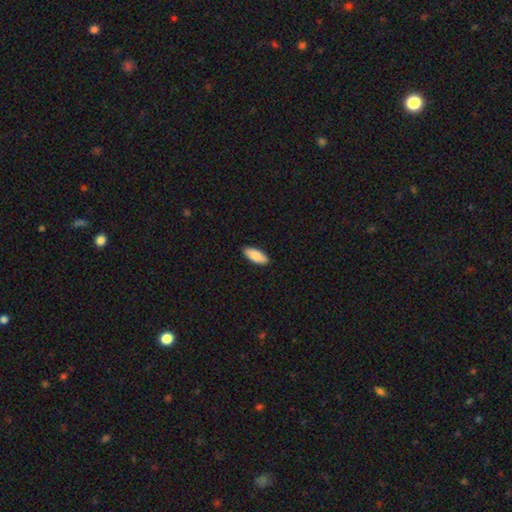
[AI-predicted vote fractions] smooth-or-featured: smooth: 87% | featured or disk: 7% | star or artifact: 6%
  how-rounded: in between: 81% | cigar-shaped: 17% | round: 2%
  merging: none: 89% | minor disturbance: 9% | major disturbance: 2% | merger: 1%